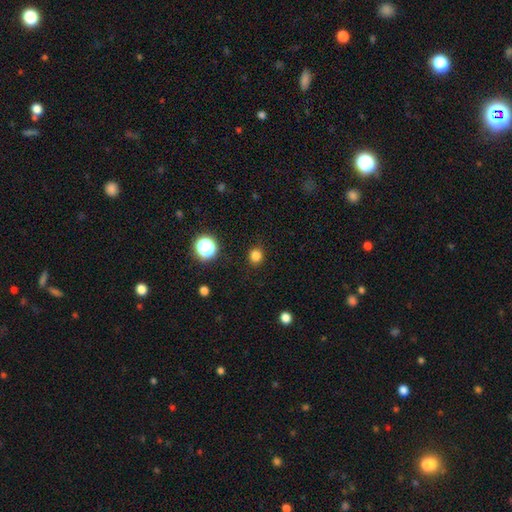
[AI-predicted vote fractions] smooth 81%, star or artifact 15%, featured or disk 4%. Down the decision tree: how rounded — round (88%); merging — none (89%).